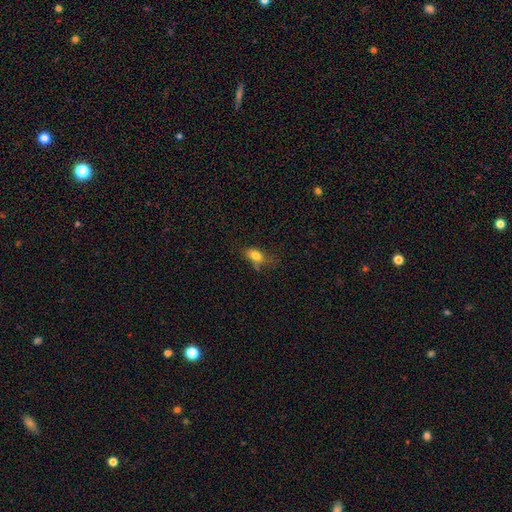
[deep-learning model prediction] Smooth or featured: smooth — 80% (featured or disk — 11%)
How rounded: in between — 82% (round — 12%)
Merging: none — 55% (minor disturbance — 29%)